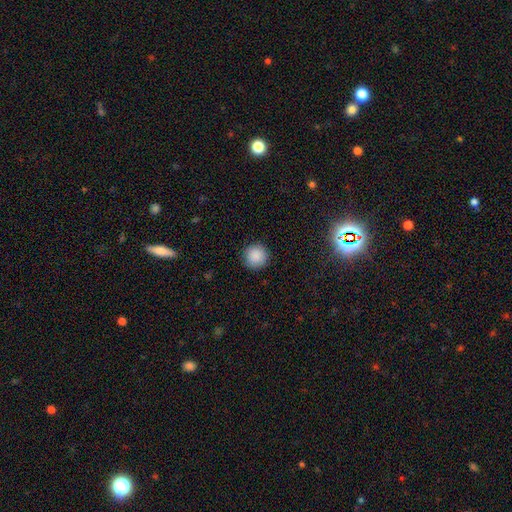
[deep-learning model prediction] A smooth galaxy with no disk features (88%) that is round (96%).

Vote fractions:
- Smooth or featured? smooth: 88% / star or artifact: 9% / featured or disk: 3%
- How rounded? round: 96% / in between: 3% / cigar-shaped: 1%
- Merging? none: 92% / minor disturbance: 6% / major disturbance: 2% / merger: 1%